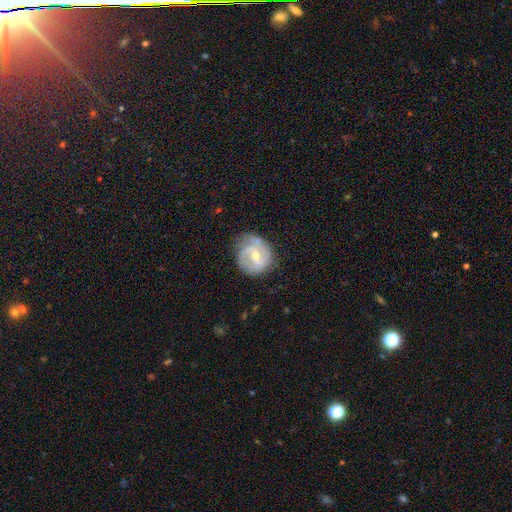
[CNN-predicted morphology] Smooth or featured? Predicted: featured or disk (p=0.78). Edge-on disk? Predicted: no (p=0.97). Bar? Predicted: weak (p=0.53). Spiral arms? Predicted: yes (p=0.90). Spiral winding? Predicted: medium (p=0.41). Spiral arm count? Predicted: 2 (p=0.55). Bulge size? Predicted: moderate (p=0.51). Merging? Predicted: none (p=0.66).